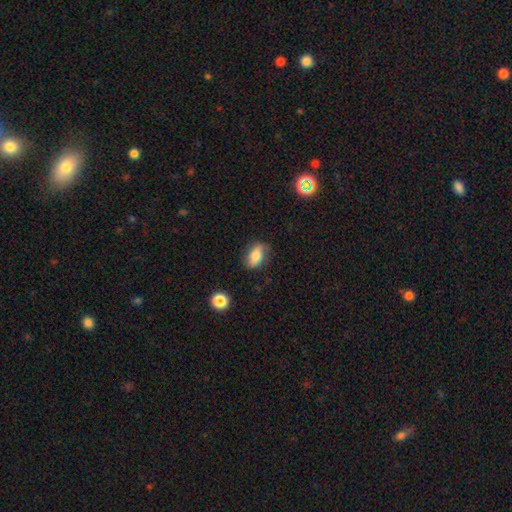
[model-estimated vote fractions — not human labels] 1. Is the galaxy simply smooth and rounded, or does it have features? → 69% smooth, 22% featured or disk, 9% star or artifact.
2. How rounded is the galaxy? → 83% in between, 13% round, 4% cigar-shaped.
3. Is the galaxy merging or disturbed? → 74% none, 19% minor disturbance, 5% major disturbance, 2% merger.